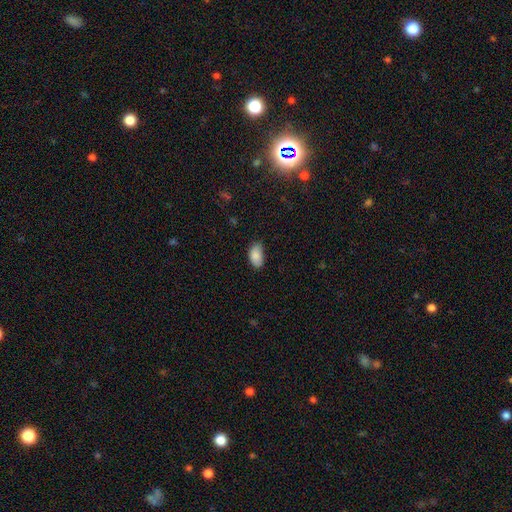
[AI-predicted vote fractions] Smooth or featured?
  - smooth: 87% *
  - star or artifact: 7%
  - featured or disk: 6%
How rounded?
  - in between: 93% *
  - round: 5%
  - cigar-shaped: 2%
Merging?
  - none: 68% *
  - minor disturbance: 27%
  - major disturbance: 4%
  - merger: 1%